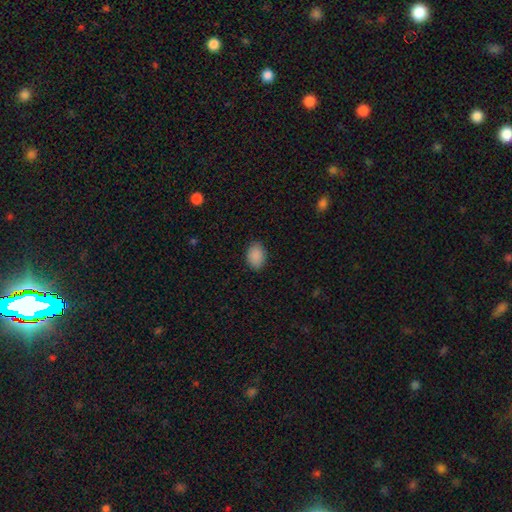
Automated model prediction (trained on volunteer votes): smooth-or-featured: smooth: 89% | star or artifact: 8% | featured or disk: 3%
  how-rounded: in between: 80% | round: 19% | cigar-shaped: 1%
  merging: none: 86% | minor disturbance: 10% | major disturbance: 3% | merger: 1%